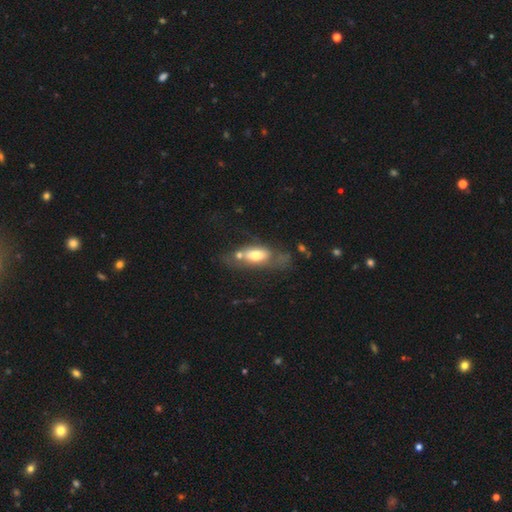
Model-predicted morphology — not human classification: Q: Smooth or featured?
A: smooth (55%); runner-up: featured or disk (37%)
Q: How rounded?
A: in between (77%); runner-up: cigar-shaped (18%)
Q: Merging?
A: none (40%); runner-up: merger (21%)